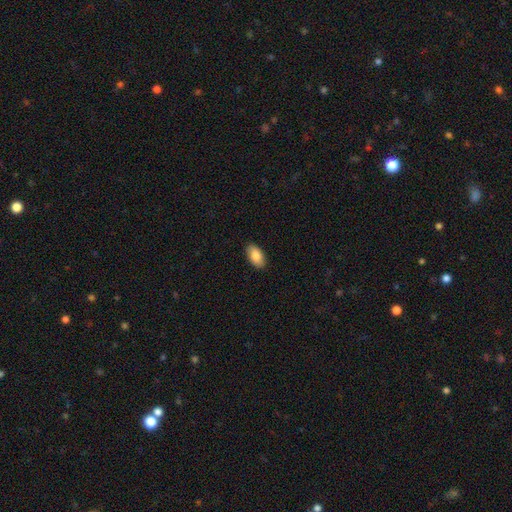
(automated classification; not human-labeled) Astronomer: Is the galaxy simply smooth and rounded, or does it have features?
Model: smooth — 86%.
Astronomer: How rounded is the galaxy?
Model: in between — 94%.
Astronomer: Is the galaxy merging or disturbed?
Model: none — 89%.